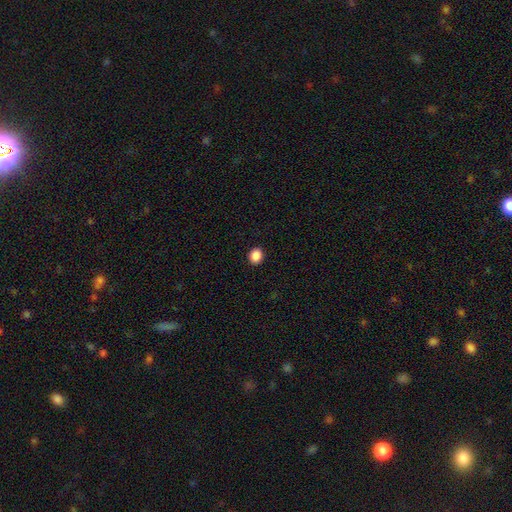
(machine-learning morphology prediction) Smooth or featured? Predicted: smooth (p=0.88). How rounded? Predicted: round (p=0.71). Merging? Predicted: none (p=0.92).